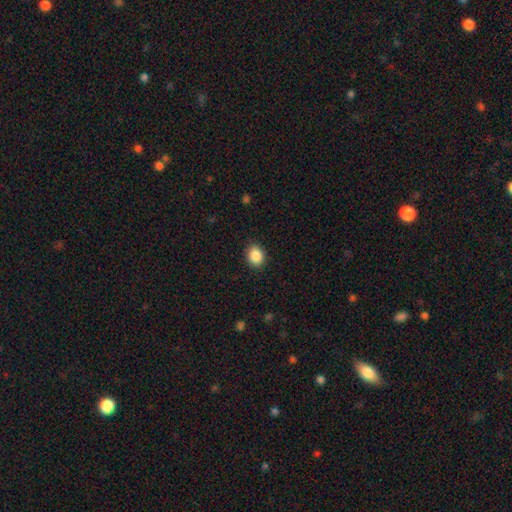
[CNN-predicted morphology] This appears to be a smooth galaxy with no disk features (88%) that is in between round and cigar-shaped (50%). Merging: none (89%).